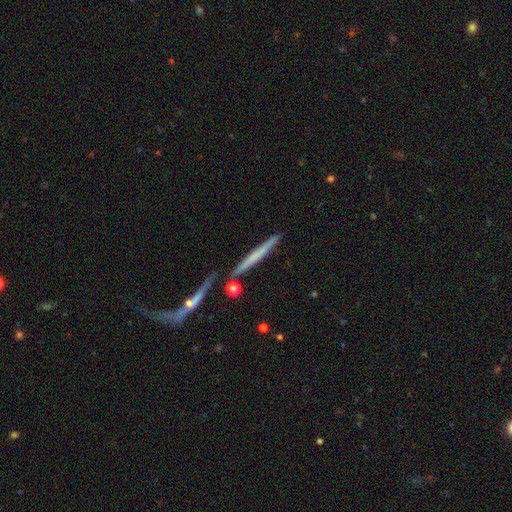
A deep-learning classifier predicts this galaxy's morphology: This is possibly a smooth galaxy (48%). Merging: likely none (74%).